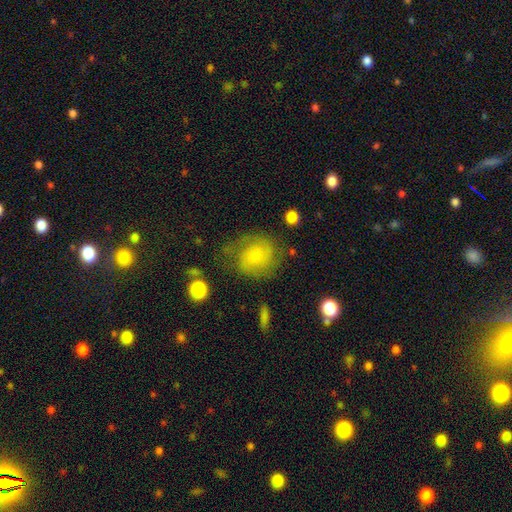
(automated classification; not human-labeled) featured or disk 56%, smooth 36%, star or artifact 9%. Down the decision tree: edge-on disk — no (97%); bar — no (72%); spiral arms — yes (89%); bulge size — small (57%); merging — none (62%).